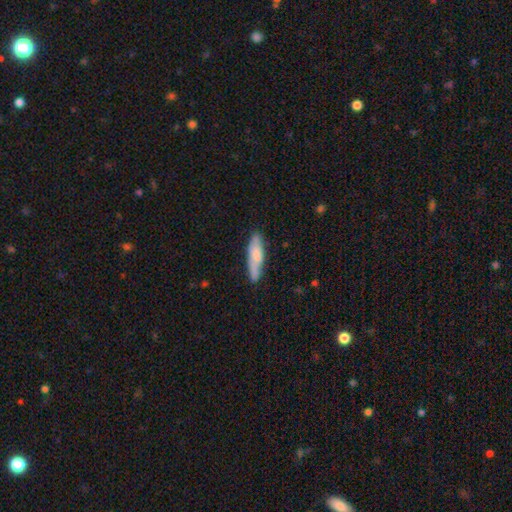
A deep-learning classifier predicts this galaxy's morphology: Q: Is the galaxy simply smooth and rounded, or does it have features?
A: smooth — 68%.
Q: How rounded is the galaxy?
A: cigar-shaped — 67%.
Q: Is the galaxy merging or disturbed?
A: none — 76%.